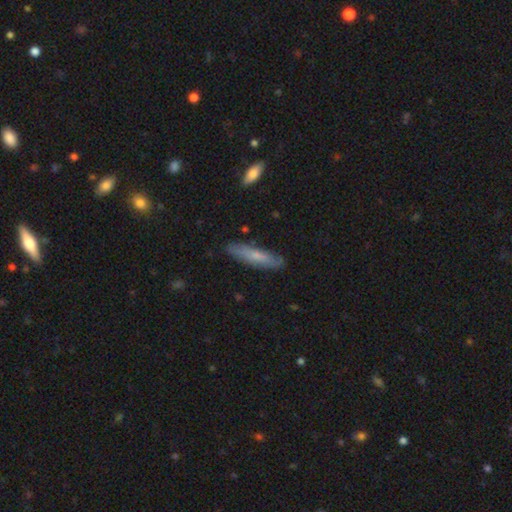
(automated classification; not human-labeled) A smooth galaxy with no disk features (62%) that is cigar-shaped (82%).

Vote fractions:
- Smooth or featured? smooth: 62% / featured or disk: 32% / star or artifact: 6%
- How rounded? cigar-shaped: 82% / in between: 16% / round: 2%
- Merging? none: 84% / minor disturbance: 12% / major disturbance: 2% / merger: 2%